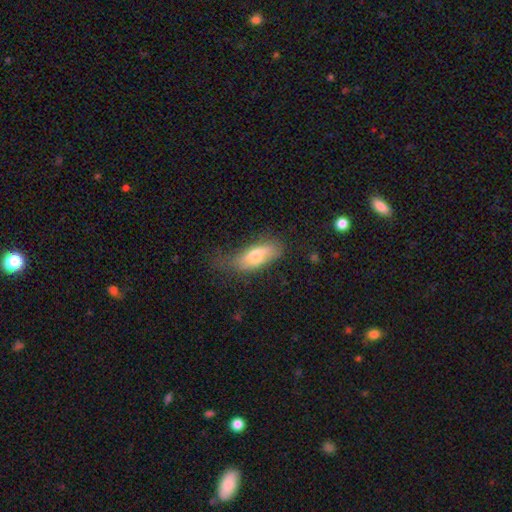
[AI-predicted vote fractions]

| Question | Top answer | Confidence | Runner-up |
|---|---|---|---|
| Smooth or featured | smooth | 67% | featured or disk (26%) |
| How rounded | in between | 76% | cigar-shaped (21%) |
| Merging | none | 51% | minor disturbance (34%) |